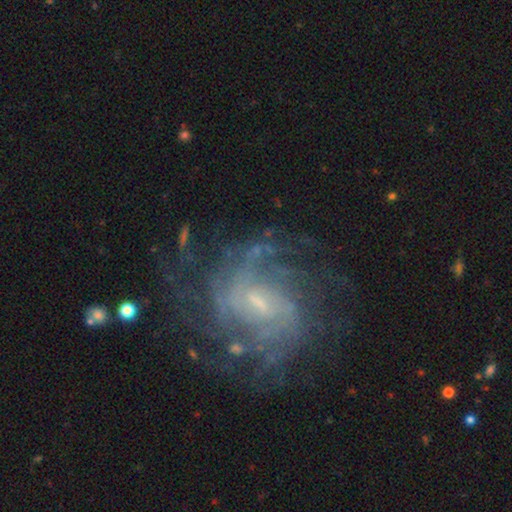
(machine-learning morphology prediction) type=featured or disk (86%); edge-on=no (98%); bar=weak (59%); spiral arms=yes (94%); winding=tight (47%); arm count=can't tell (36%); bulge=small (53%); merging=none (64%).